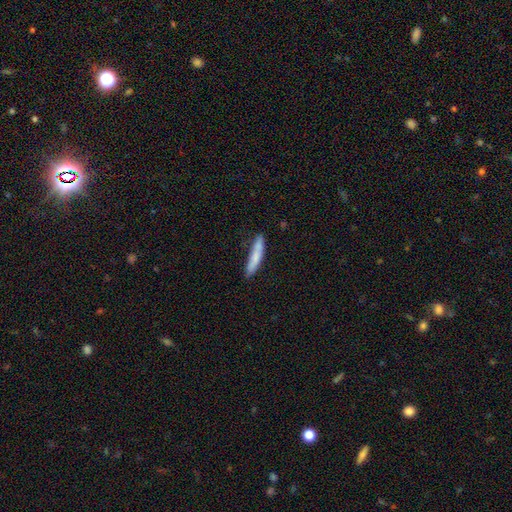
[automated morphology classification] Overall: smooth (78%). How rounded: cigar-shaped (89%). Merging: none (75%).